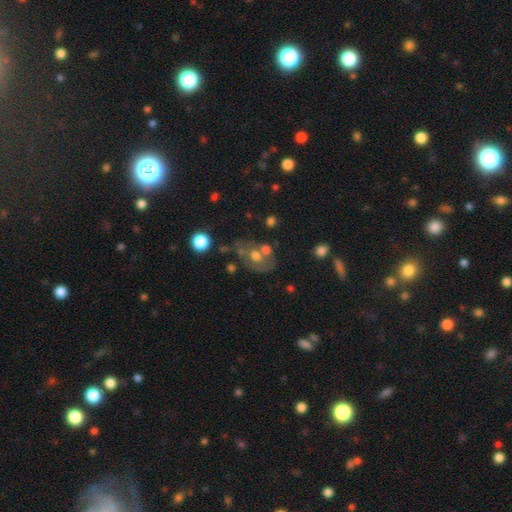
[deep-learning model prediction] smooth_or_featured: featured or disk (p=0.47) [alt: smooth p=0.36]
merging: none (p=0.45) [alt: merger p=0.25]